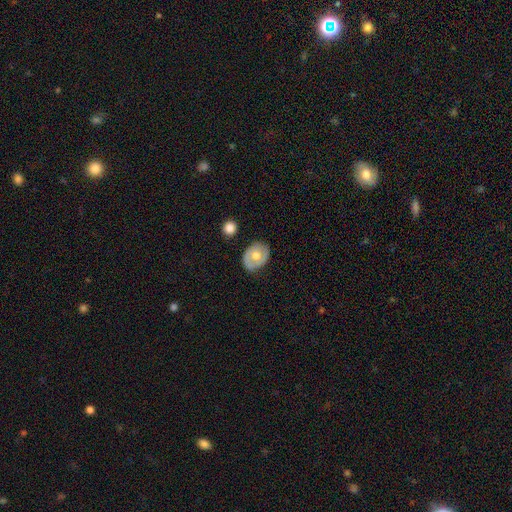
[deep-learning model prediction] smooth_or_featured: featured or disk (p=0.48) [alt: smooth p=0.46]
merging: none (p=0.76) [alt: minor disturbance p=0.18]